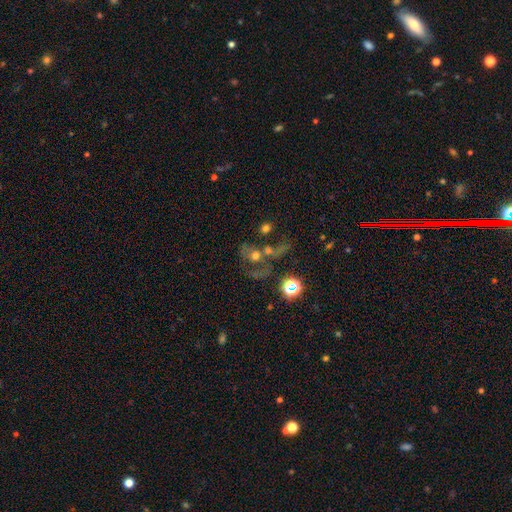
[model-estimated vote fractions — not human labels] smooth-or-featured: smooth: 39% | featured or disk: 37% | star or artifact: 24%
  merging: merger: 44% | none: 28% | major disturbance: 17% | minor disturbance: 11%